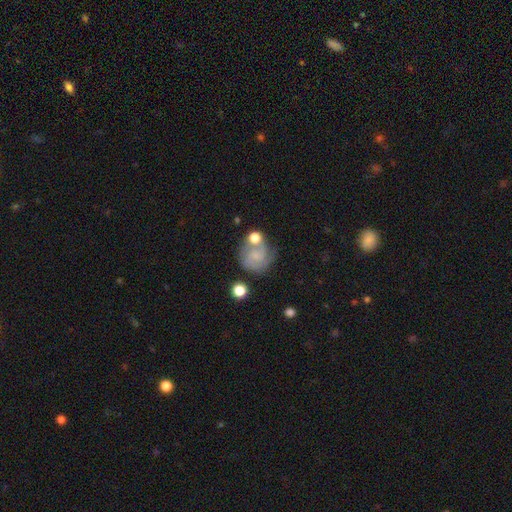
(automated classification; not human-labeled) Overall: smooth (46%; featured or disk 44%). Merging: none (46%; minor disturbance 21%).